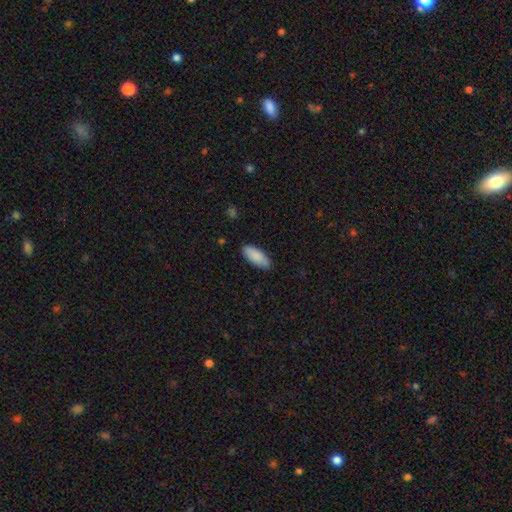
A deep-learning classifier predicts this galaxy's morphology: smooth 88%, featured or disk 7%, star or artifact 5%. Down the decision tree: how rounded — in between (81%); merging — none (86%).